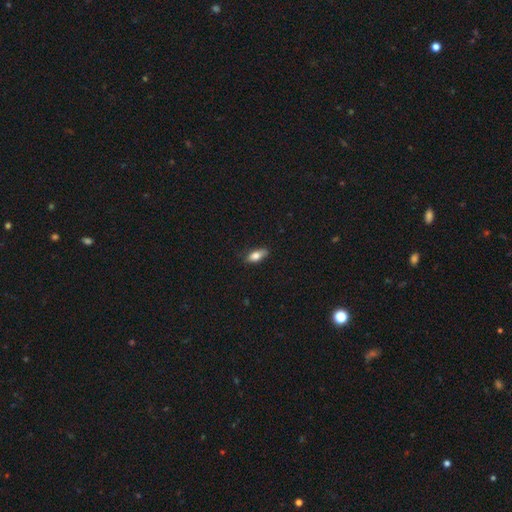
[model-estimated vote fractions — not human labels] smooth 78%, featured or disk 15%, star or artifact 7%. Down the decision tree: how rounded — in between (82%); merging — none (79%).